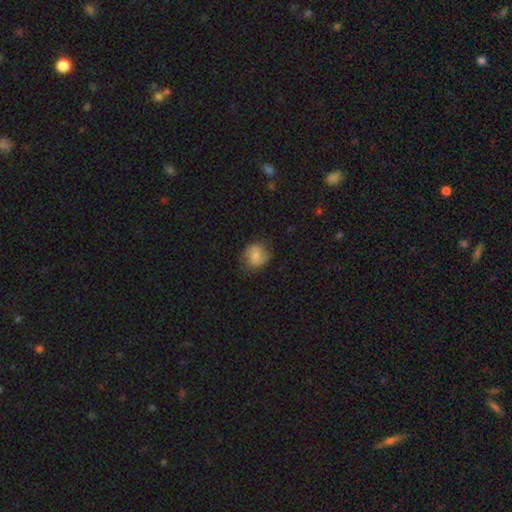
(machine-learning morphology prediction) This appears to be a smooth galaxy with no disk features (65%) that is round (74%). Merging: none (74%).